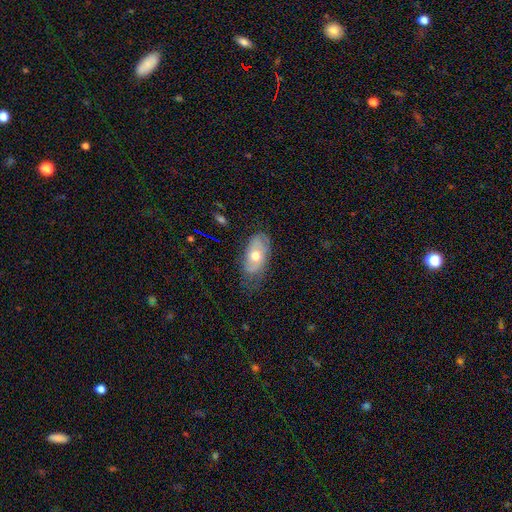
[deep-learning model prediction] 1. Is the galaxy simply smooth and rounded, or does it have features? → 49% smooth, 43% featured or disk, 7% star or artifact.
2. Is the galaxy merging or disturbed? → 60% none, 29% minor disturbance, 10% major disturbance, 2% merger.